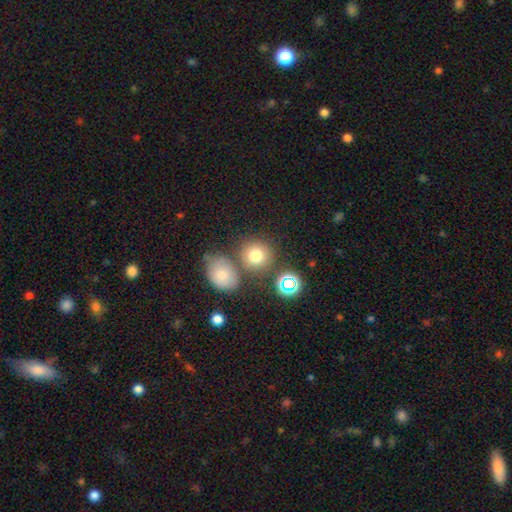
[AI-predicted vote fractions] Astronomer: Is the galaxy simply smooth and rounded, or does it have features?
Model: smooth — 74%.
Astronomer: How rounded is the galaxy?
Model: round — 85%.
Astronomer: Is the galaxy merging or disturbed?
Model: none — 68%.